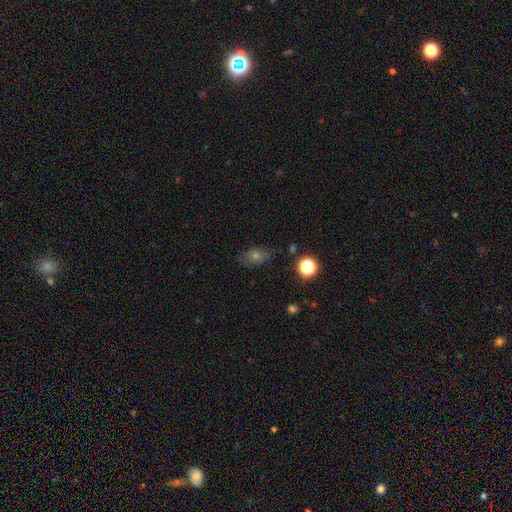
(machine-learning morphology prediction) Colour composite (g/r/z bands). It shows a smooth galaxy with no disk features (52%) that is in between round and cigar-shaped (70%). Merging: none (76%).